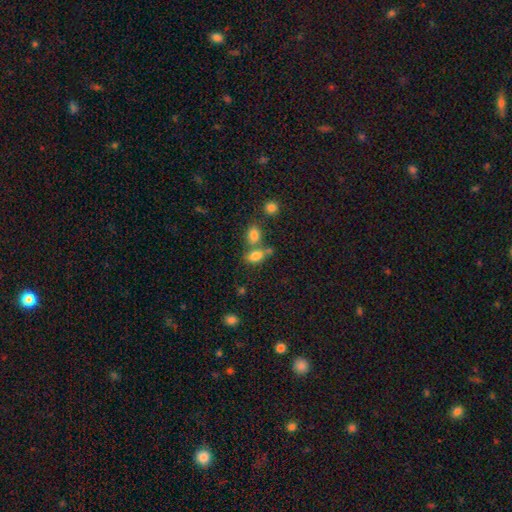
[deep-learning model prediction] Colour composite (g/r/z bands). It shows a smooth galaxy with no disk features (80%) that is in between round and cigar-shaped (83%). Merging: none (46%).